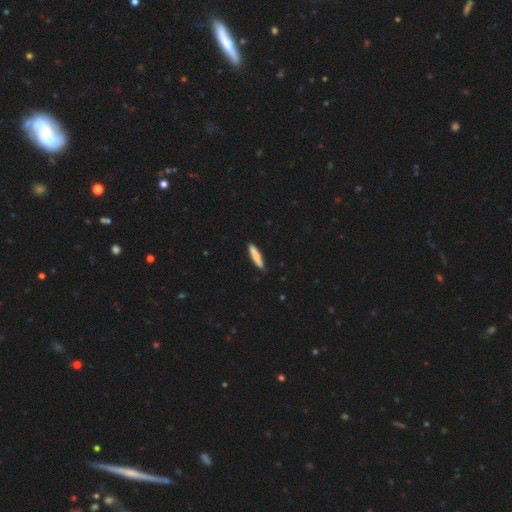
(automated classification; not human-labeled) This is likely a smooth galaxy (78%). How rounded: clearly cigar-shaped (87%). Merging: clearly none (85%).